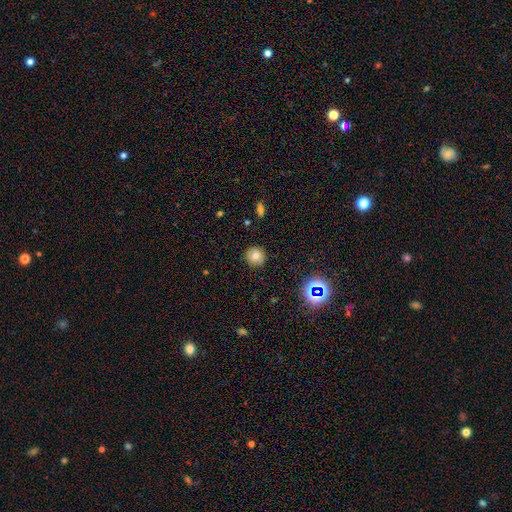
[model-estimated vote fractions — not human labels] Overall: smooth (73%). How rounded: round (94%). Merging: none (90%).